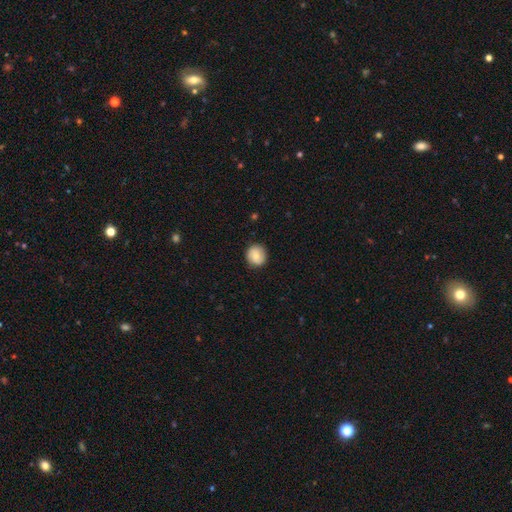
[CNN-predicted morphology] Smooth or featured? Predicted: smooth (p=0.73). How rounded? Predicted: round (p=0.88). Merging? Predicted: none (p=0.86).